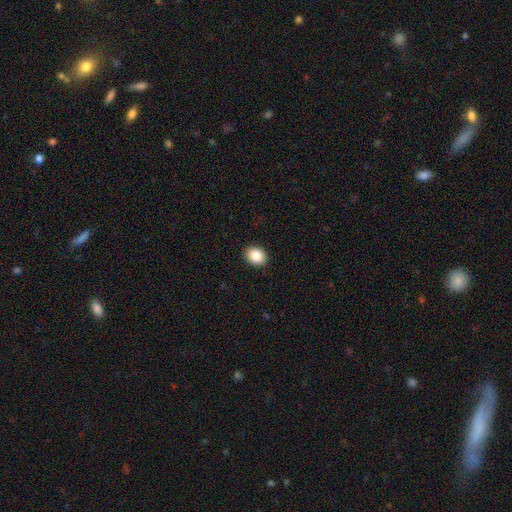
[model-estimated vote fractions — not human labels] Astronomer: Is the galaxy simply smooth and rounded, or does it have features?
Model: smooth — 87%.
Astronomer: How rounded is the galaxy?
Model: in between — 57% (runner-up: round, 42%).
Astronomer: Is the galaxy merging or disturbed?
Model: none — 91%.